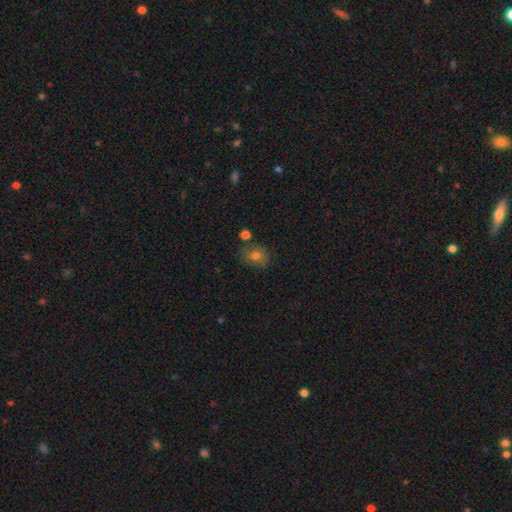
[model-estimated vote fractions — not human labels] Smooth or featured? Predicted: smooth (p=0.72). How rounded? Predicted: in between (p=0.50). Merging? Predicted: none (p=0.75).